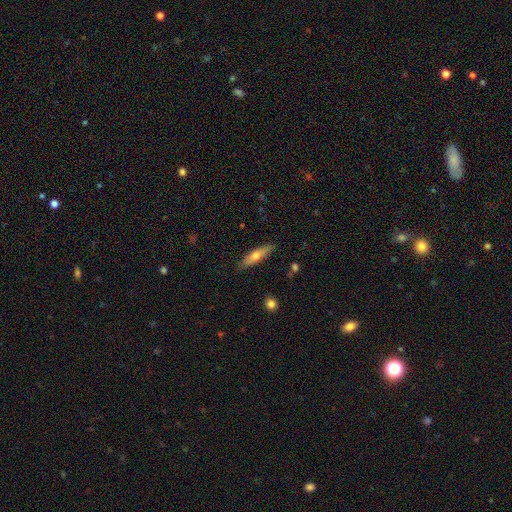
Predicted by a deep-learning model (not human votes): Q: Smooth or featured?
A: smooth (55%); runner-up: featured or disk (39%)
Q: How rounded?
A: cigar-shaped (74%); runner-up: in between (23%)
Q: Merging?
A: none (85%); runner-up: minor disturbance (11%)